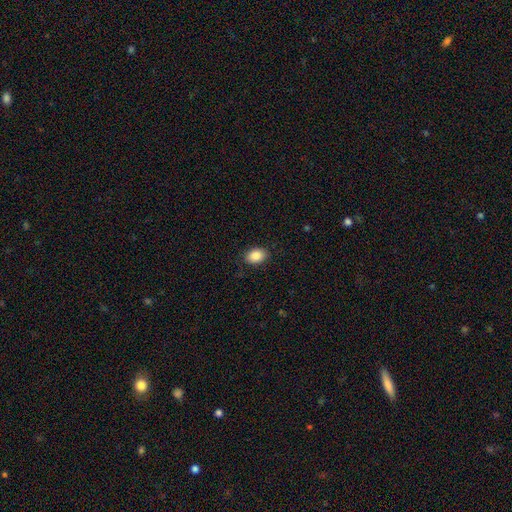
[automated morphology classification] Smooth or featured? smooth (88%)
How rounded? in between (78%)
Merging? none (86%)